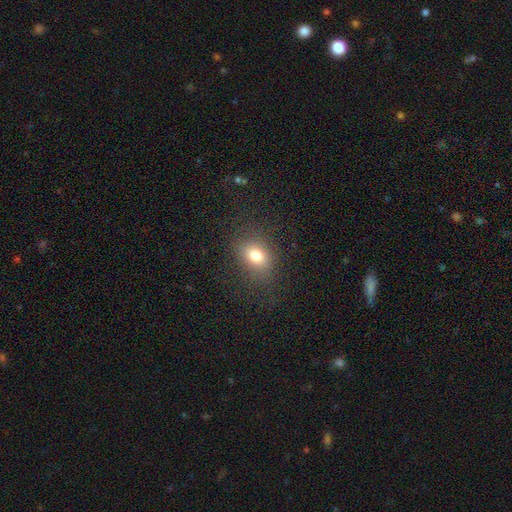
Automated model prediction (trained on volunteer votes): Smooth or featured: smooth — 76% (star or artifact — 14%)
How rounded: in between — 53% (round — 46%)
Merging: none — 81% (minor disturbance — 12%)